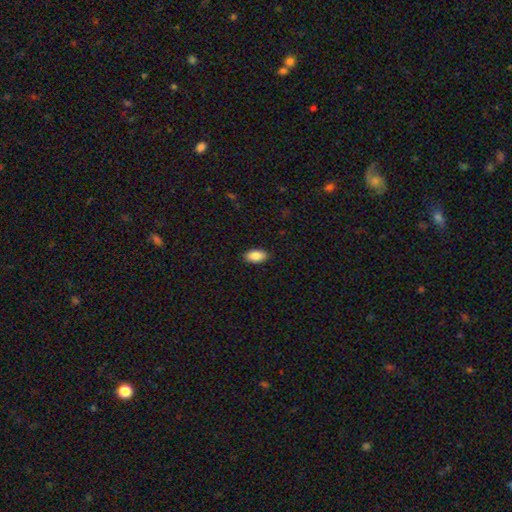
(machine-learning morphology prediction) Q: Smooth or featured?
A: smooth (88%); runner-up: star or artifact (7%)
Q: How rounded?
A: in between (94%); runner-up: round (3%)
Q: Merging?
A: none (90%); runner-up: minor disturbance (8%)